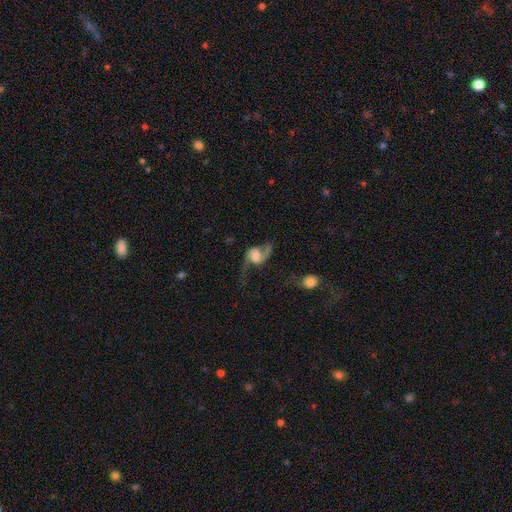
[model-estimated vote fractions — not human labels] This is clearly a featured or disk galaxy (83%). It is clearly not viewed edge-on (97%). Bar: possibly no (47%). Spiral arm pattern: clearly yes (96%). Spiral arm count: clearly 2 (90%). Spiral winding: likely loose (69%). Central bulge: marginally large (32%). Merging: possibly none (55%).